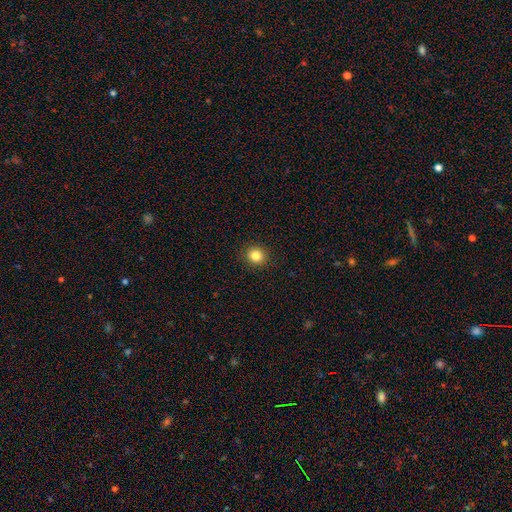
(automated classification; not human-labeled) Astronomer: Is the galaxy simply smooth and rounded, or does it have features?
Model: smooth — 83%.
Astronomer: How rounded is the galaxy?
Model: round — 85%.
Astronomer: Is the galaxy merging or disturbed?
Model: none — 92%.